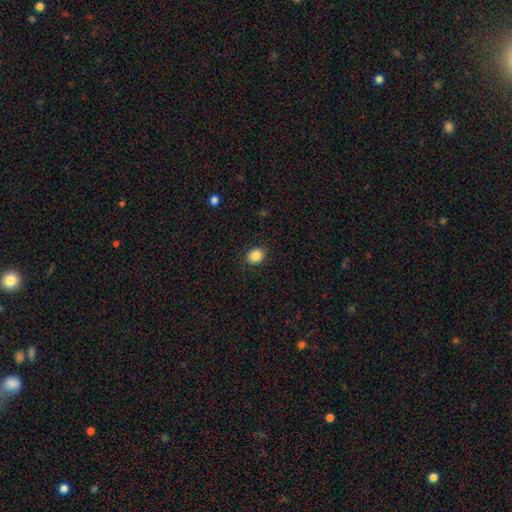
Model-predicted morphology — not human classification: Smooth or featured?
  - smooth: 86% *
  - star or artifact: 9%
  - featured or disk: 5%
How rounded?
  - round: 65% *
  - in between: 34%
  - cigar-shaped: 1%
Merging?
  - none: 89% *
  - minor disturbance: 8%
  - major disturbance: 2%
  - merger: 1%